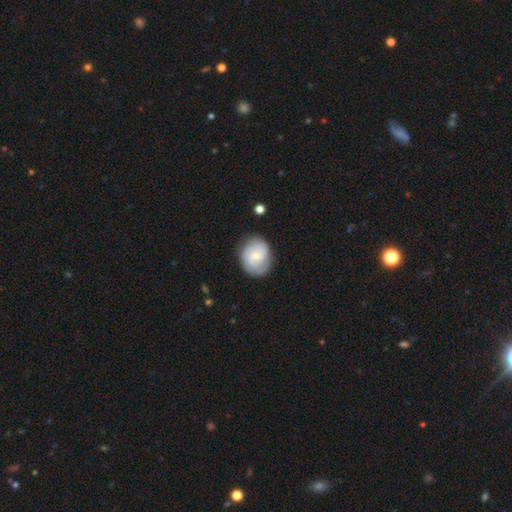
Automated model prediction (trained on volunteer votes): A featured or disk galaxy (55%) with no bar (60%), spiral arms (86%) and a small central bulge (55%).

Vote fractions:
- Smooth or featured? featured or disk: 55% / smooth: 38% / star or artifact: 6%
- Edge-on disk? no: 98% / yes: 2%
- Bar? no: 60% / weak: 35% / strong: 5%
- Spiral arms? yes: 86% / no: 14%
- Bulge size? small: 55% / moderate: 38% / none: 3% / large: 2% / dominant: 1%
- Merging? none: 76% / minor disturbance: 17% / major disturbance: 5% / merger: 1%